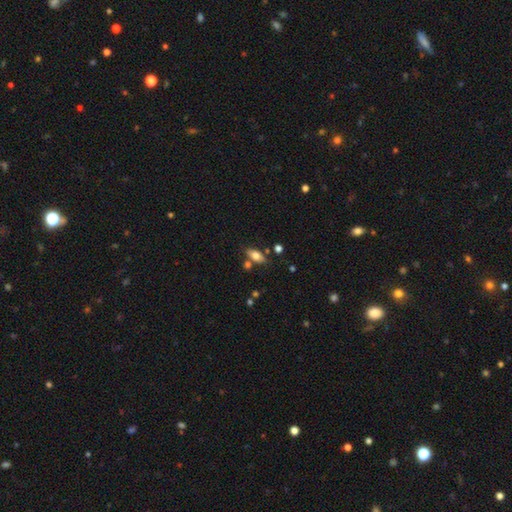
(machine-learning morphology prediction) The model was most divided on "smooth or featured": smooth: 73%, featured or disk: 19%, star or artifact: 8%. More confident: how rounded — in between (86%); merging — none (71%).